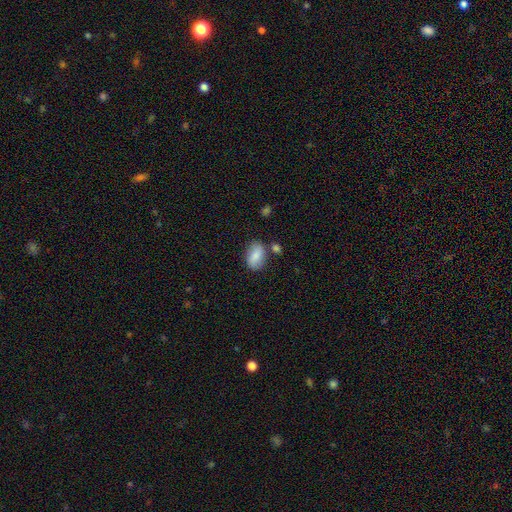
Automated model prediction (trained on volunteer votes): Morphology: type=smooth (81%); roundness=in between (89%); merging=none (68%).